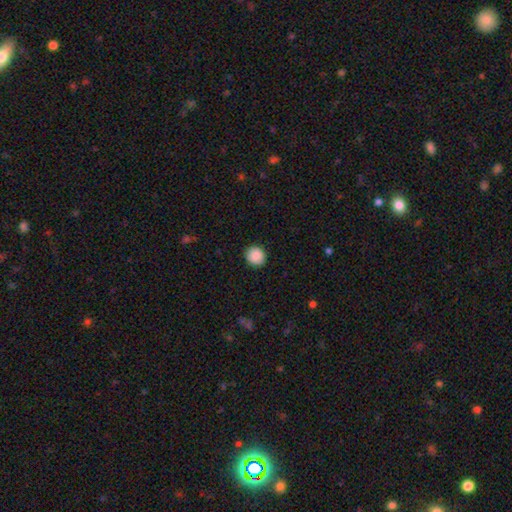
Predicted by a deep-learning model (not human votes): This is clearly a smooth galaxy (89%). How rounded: clearly round (87%). Merging: clearly none (90%).